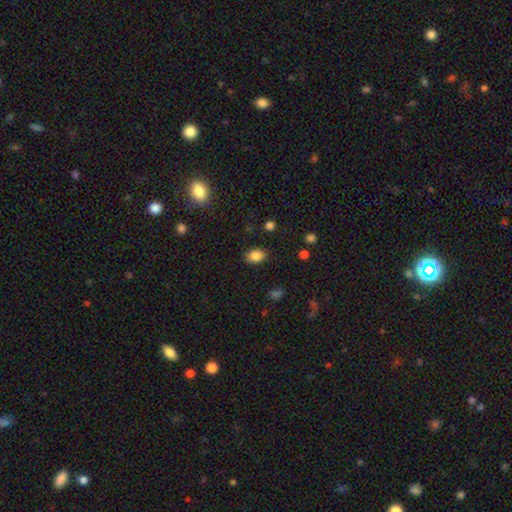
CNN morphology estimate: A smooth galaxy with no disk features (85%) that is in between round and cigar-shaped (76%). Merging: none (85%).